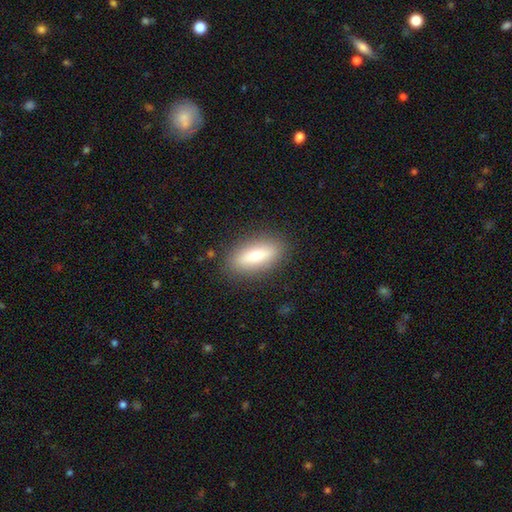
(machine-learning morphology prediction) Overall: smooth (72%). How rounded: in between (66%; cigar-shaped 31%). Merging: none (86%).